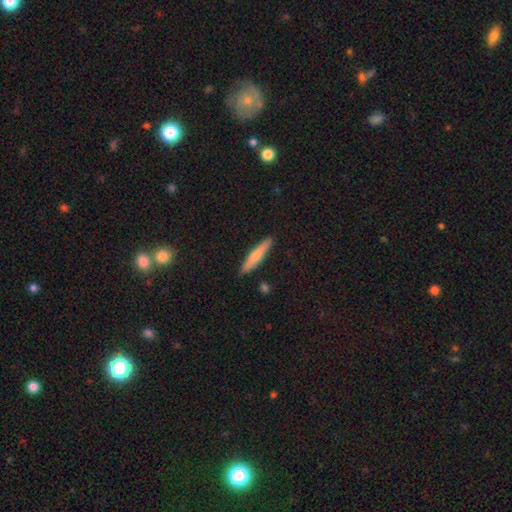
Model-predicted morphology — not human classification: A smooth galaxy with no disk features (61%) that is cigar-shaped (88%). Merging: none (89%).